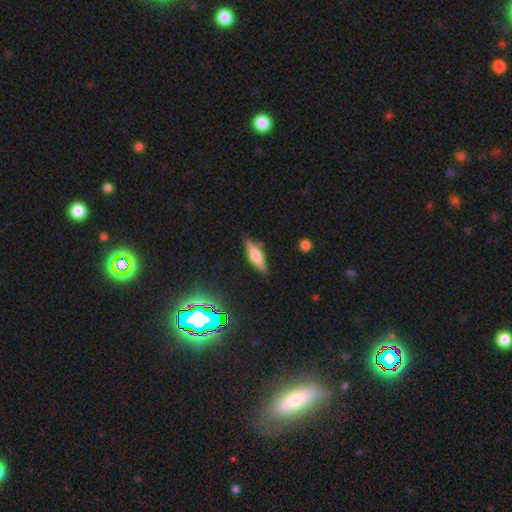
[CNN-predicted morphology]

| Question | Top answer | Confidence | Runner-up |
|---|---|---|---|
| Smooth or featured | featured or disk | 50% | smooth (41%) |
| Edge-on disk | yes | 94% | no (6%) |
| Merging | none | 85% | minor disturbance (11%) |